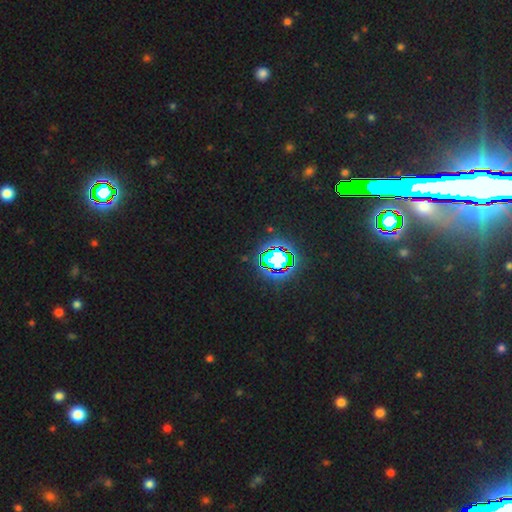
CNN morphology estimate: A star or artifact, not a galaxy (83%).